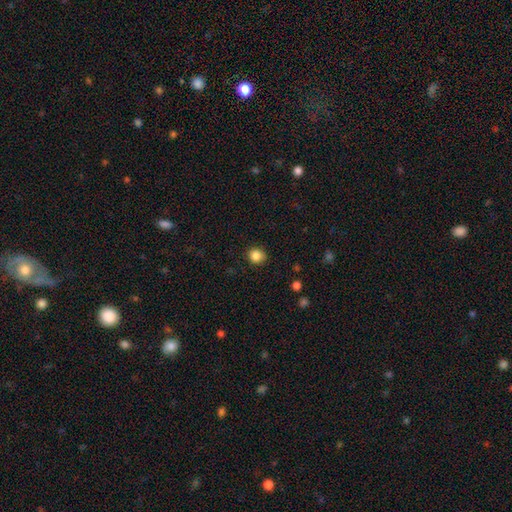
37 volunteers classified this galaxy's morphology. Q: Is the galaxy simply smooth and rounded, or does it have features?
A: smooth — 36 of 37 (97%).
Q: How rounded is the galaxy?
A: round — 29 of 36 (81%).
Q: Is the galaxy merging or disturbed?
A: none — 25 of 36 (69%).